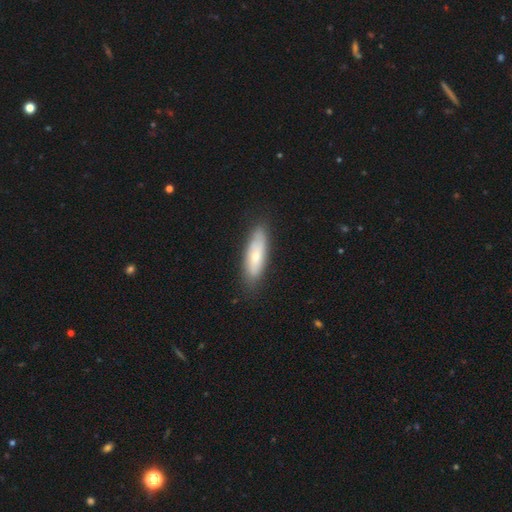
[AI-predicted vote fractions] Smooth or featured? Predicted: smooth (p=0.64). How rounded? Predicted: in between (p=0.53). Merging? Predicted: none (p=0.82).